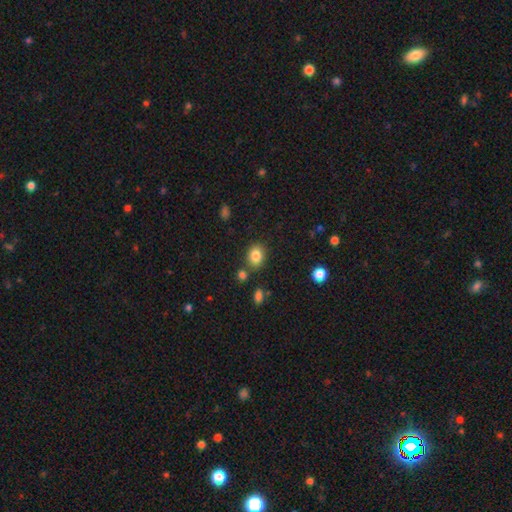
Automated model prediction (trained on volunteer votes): Smooth or featured? smooth (84%)
How rounded? in between (59%)
Merging? none (78%)